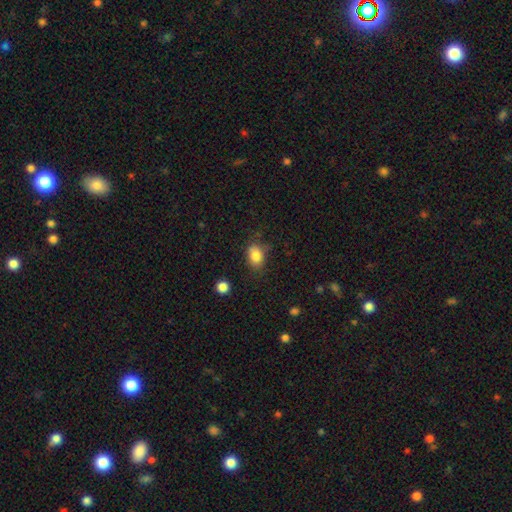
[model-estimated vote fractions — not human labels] This appears to be a smooth galaxy with no disk features (83%) that is in between round and cigar-shaped (67%). Merging: none (70%).